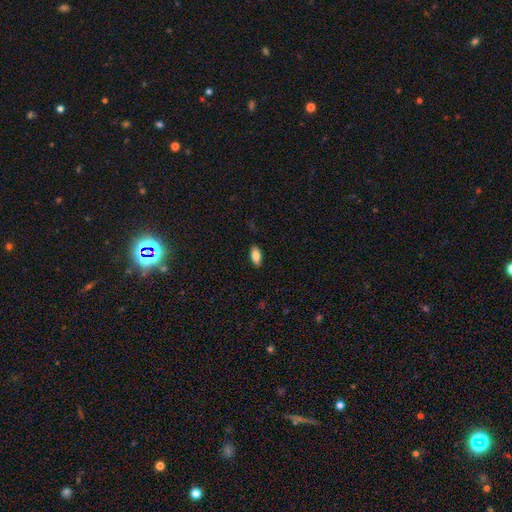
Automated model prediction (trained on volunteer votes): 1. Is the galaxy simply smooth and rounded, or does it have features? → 83% smooth, 10% featured or disk, 7% star or artifact.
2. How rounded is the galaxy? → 89% in between, 8% cigar-shaped, 3% round.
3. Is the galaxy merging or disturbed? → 88% none, 9% minor disturbance, 2% major disturbance, 1% merger.